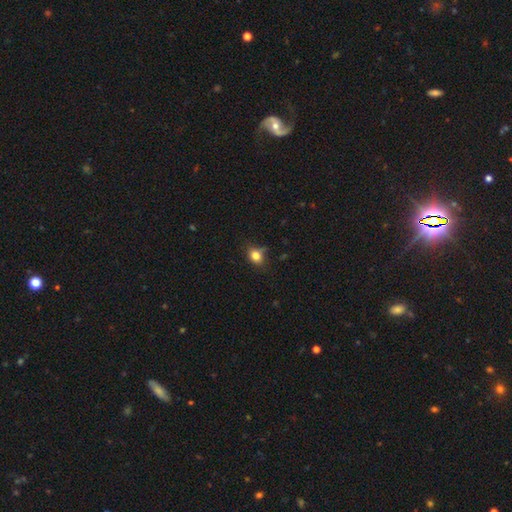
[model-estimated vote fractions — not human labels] This appears to be a smooth galaxy with no disk features (81%) that is in between round and cigar-shaped (52%). Merging: none (67%).